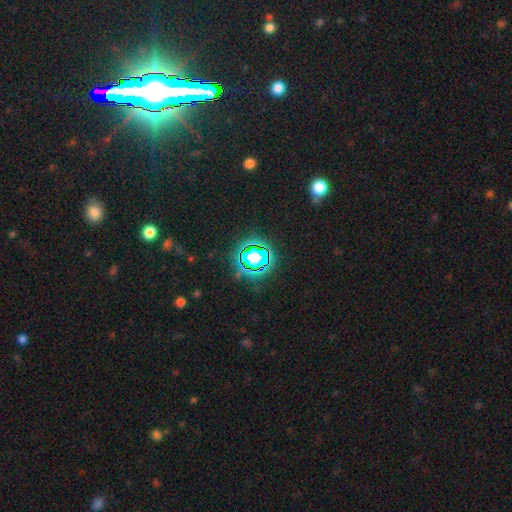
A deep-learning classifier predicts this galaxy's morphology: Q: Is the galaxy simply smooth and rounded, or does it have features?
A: star or artifact — 77%.